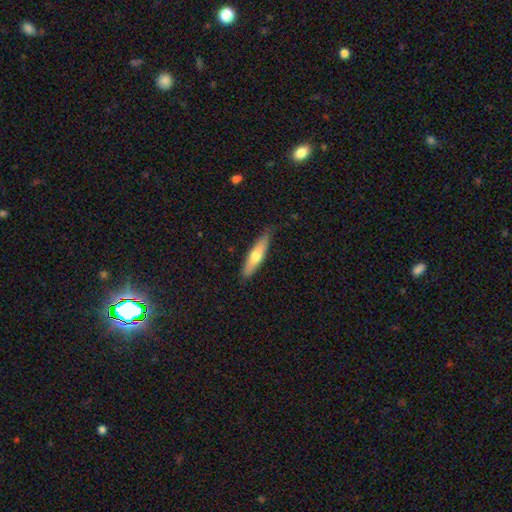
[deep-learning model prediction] smooth-or-featured: smooth: 61% | featured or disk: 33% | star or artifact: 5%
  how-rounded: cigar-shaped: 73% | in between: 25% | round: 2%
  merging: none: 80% | minor disturbance: 16% | major disturbance: 3% | merger: 1%